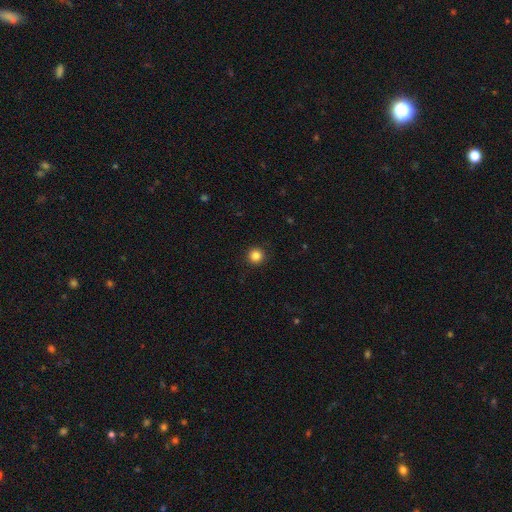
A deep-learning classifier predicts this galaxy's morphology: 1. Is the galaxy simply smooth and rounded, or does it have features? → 85% smooth, 11% star or artifact, 4% featured or disk.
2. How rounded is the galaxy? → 95% round, 4% in between, 1% cigar-shaped.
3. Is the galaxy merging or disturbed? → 92% none, 5% minor disturbance, 2% major disturbance, 1% merger.